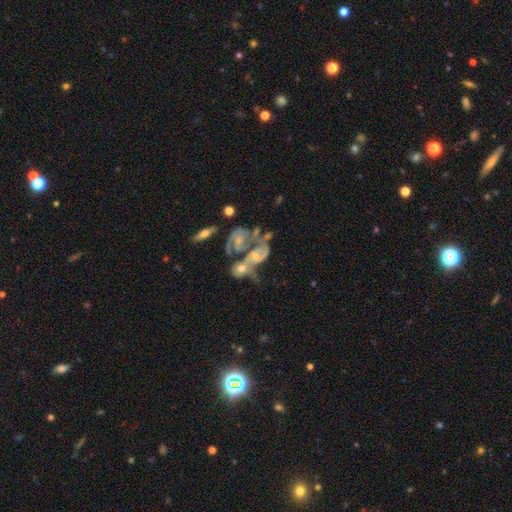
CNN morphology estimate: smooth_or_featured: featured or disk (p=0.78) [alt: smooth p=0.13]
disk_edge_on: no (p=0.96) [alt: yes p=0.04]
bar: no (p=0.67) [alt: weak p=0.25]
has_spiral_arms: yes (p=0.82) [alt: no p=0.18]
spiral_winding: medium (p=0.40) [alt: loose p=0.33]
spiral_arm_count: 2 (p=0.53) [alt: can't tell p=0.22]
bulge_size: small (p=0.51) [alt: moderate p=0.32]
merging: merger (p=0.63) [alt: major disturbance p=0.16]